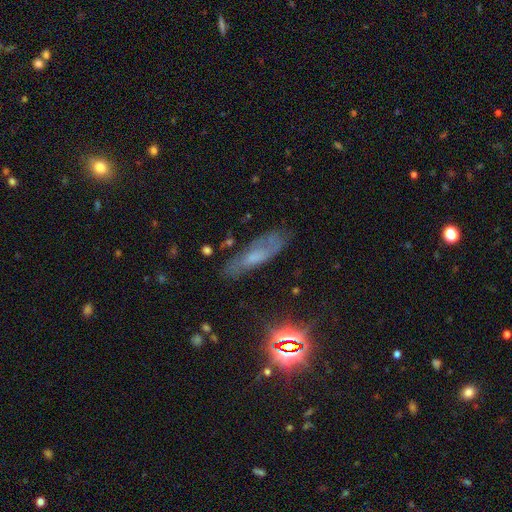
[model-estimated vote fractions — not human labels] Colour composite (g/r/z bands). It shows a featured or disk galaxy (43%). Merging: none (66%).